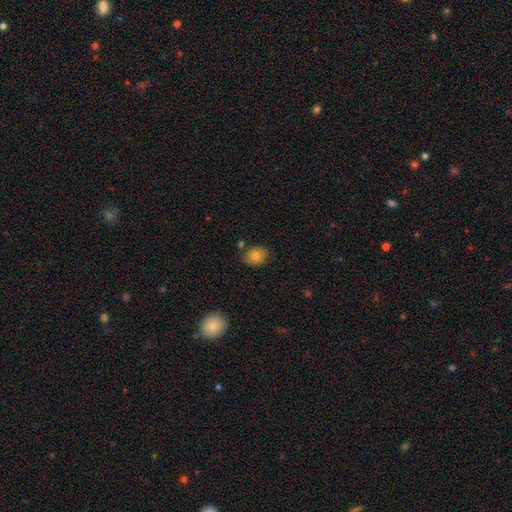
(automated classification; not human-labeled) smooth 80%, featured or disk 11%, star or artifact 10%. Down the decision tree: how rounded — in between (53%); merging — none (78%).